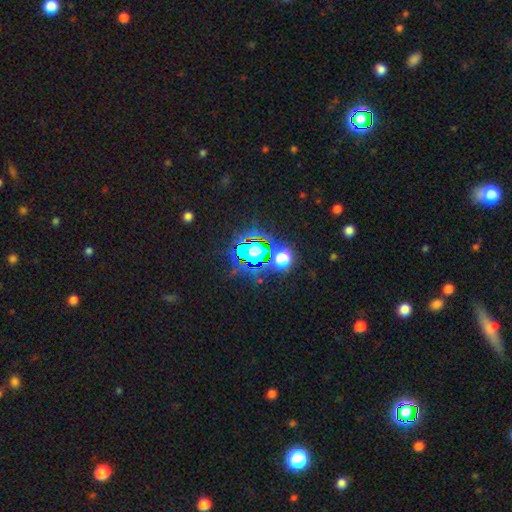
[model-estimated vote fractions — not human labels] Smooth or featured? star or artifact (80%)